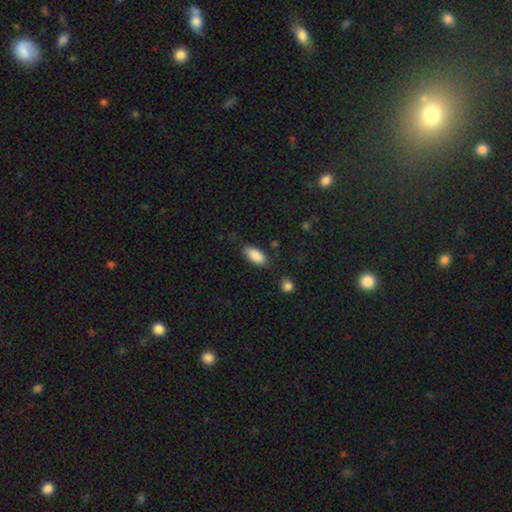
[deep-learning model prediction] Smooth or featured?
  - smooth: 88% *
  - star or artifact: 7%
  - featured or disk: 5%
How rounded?
  - in between: 91% *
  - cigar-shaped: 6%
  - round: 3%
Merging?
  - none: 74% *
  - minor disturbance: 18%
  - major disturbance: 5%
  - merger: 3%